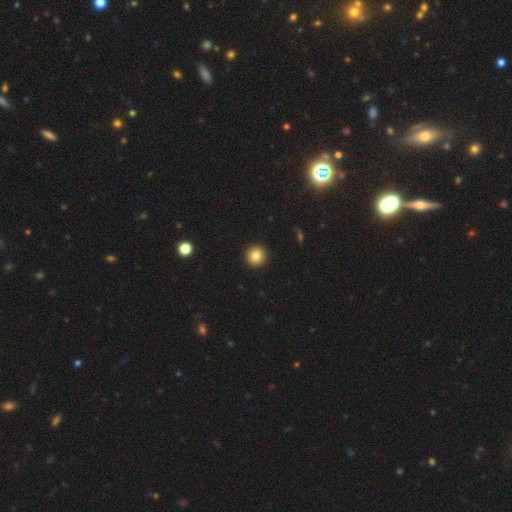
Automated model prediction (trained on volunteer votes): A smooth galaxy with no disk features (84%) that is round (95%).

Vote fractions:
- Smooth or featured? smooth: 84% / star or artifact: 10% / featured or disk: 6%
- How rounded? round: 95% / in between: 4% / cigar-shaped: 1%
- Merging? none: 93% / minor disturbance: 4% / major disturbance: 2% / merger: 1%